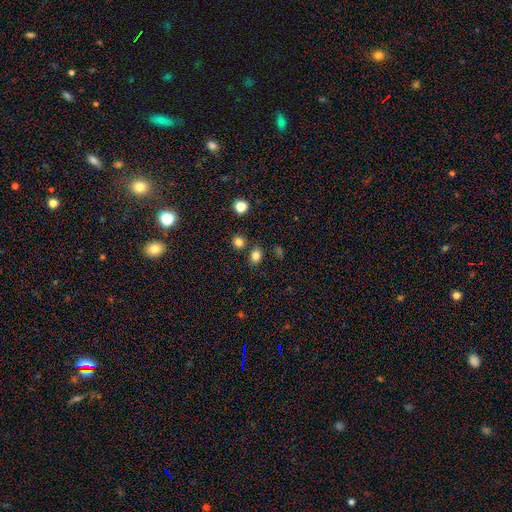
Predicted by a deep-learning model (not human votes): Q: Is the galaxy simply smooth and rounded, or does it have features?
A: smooth — 82%.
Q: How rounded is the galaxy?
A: round — 54%.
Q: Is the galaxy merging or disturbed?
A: none — 80%.